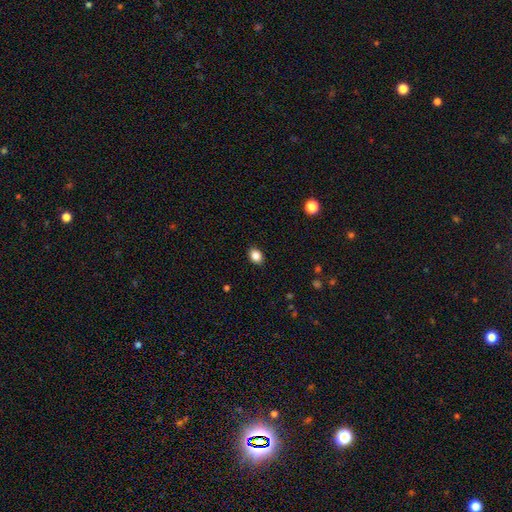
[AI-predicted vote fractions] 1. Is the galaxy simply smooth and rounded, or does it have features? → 85% smooth, 10% star or artifact, 5% featured or disk.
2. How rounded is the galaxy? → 64% in between, 35% round, 1% cigar-shaped.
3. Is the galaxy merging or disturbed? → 90% none, 8% minor disturbance, 2% major disturbance, 1% merger.